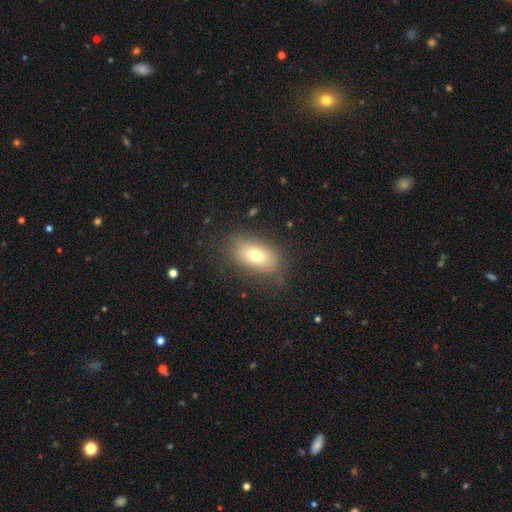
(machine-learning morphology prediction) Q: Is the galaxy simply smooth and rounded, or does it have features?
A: smooth — 73%.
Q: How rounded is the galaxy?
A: in between — 88%.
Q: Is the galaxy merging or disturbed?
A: none — 78%.